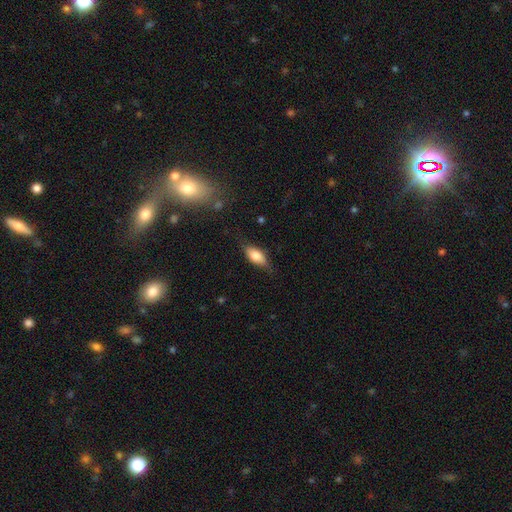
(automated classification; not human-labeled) Smooth or featured?
  - smooth: 71% *
  - featured or disk: 22%
  - star or artifact: 7%
How rounded?
  - in between: 81% *
  - cigar-shaped: 16%
  - round: 3%
Merging?
  - none: 73% *
  - minor disturbance: 20%
  - major disturbance: 5%
  - merger: 1%